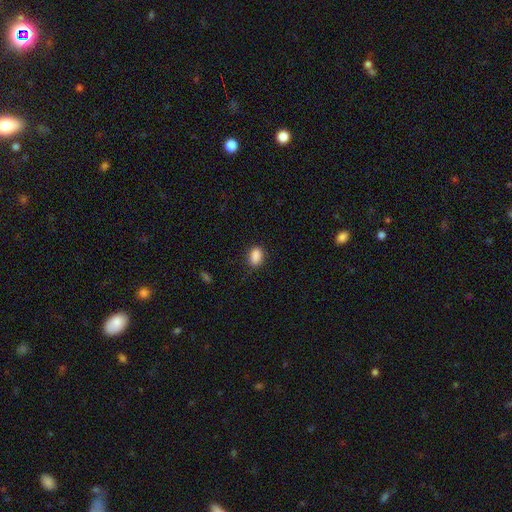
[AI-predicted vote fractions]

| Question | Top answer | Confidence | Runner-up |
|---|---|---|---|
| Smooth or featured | smooth | 88% | star or artifact (9%) |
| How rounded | in between | 80% | round (18%) |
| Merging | none | 80% | minor disturbance (15%) |